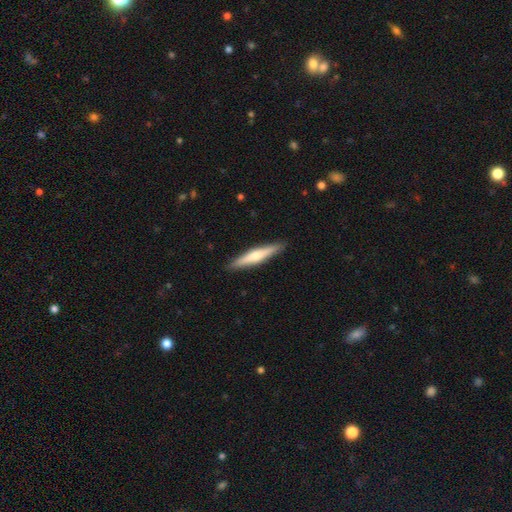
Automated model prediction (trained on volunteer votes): smooth-or-featured: smooth: 50% | featured or disk: 45% | star or artifact: 5%
  how-rounded: cigar-shaped: 90% | in between: 9% | round: 1%
  merging: none: 90% | minor disturbance: 7% | major disturbance: 1% | merger: 1%